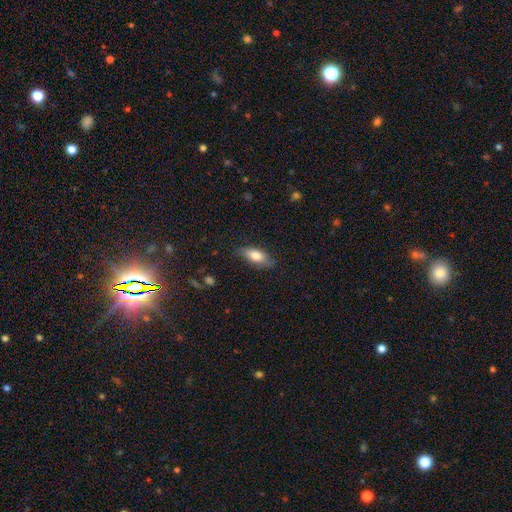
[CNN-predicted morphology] Smooth or featured: smooth — 75% (featured or disk — 18%)
How rounded: in between — 75% (cigar-shaped — 22%)
Merging: none — 80% (minor disturbance — 16%)